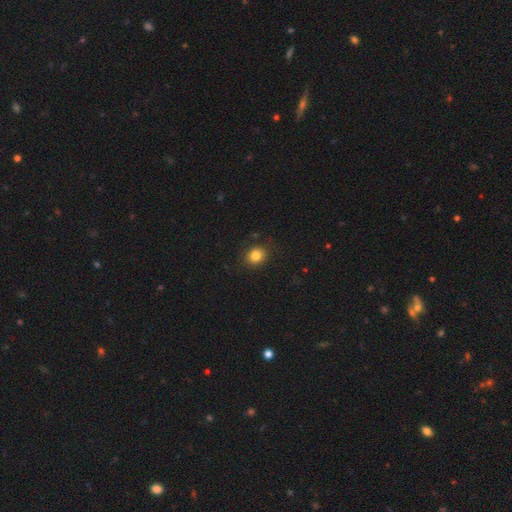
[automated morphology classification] Q: Smooth or featured?
A: smooth (83%); runner-up: star or artifact (12%)
Q: How rounded?
A: round (74%); runner-up: in between (25%)
Q: Merging?
A: none (87%); runner-up: minor disturbance (9%)